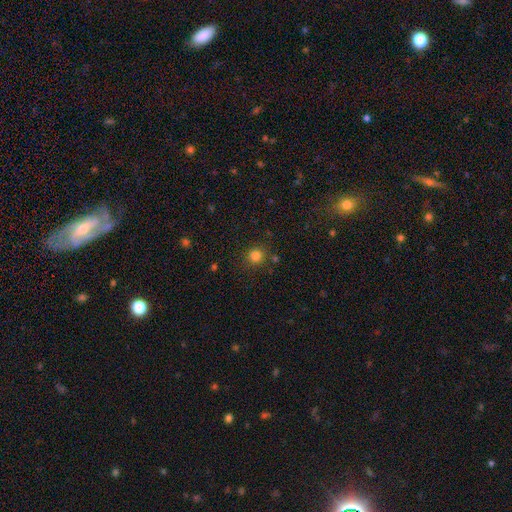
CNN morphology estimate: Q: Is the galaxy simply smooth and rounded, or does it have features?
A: smooth — 81%.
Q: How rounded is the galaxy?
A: round — 91%.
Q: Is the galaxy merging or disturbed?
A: none — 87%.